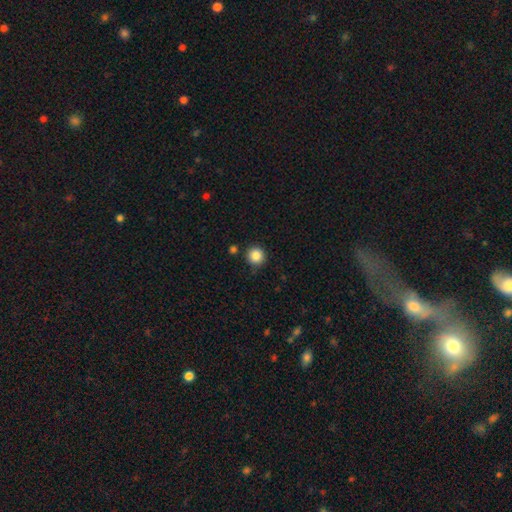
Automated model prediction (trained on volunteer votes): Q: Smooth or featured?
A: smooth (86%); runner-up: star or artifact (10%)
Q: How rounded?
A: round (95%); runner-up: in between (4%)
Q: Merging?
A: none (88%); runner-up: minor disturbance (8%)